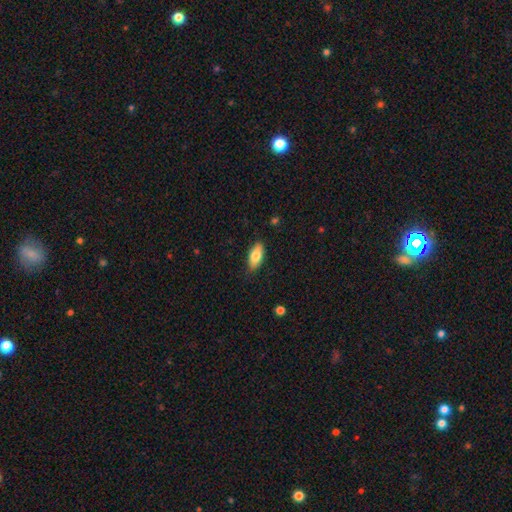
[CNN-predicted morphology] Q: Smooth or featured?
A: smooth (79%); runner-up: featured or disk (14%)
Q: How rounded?
A: in between (86%); runner-up: cigar-shaped (11%)
Q: Merging?
A: none (85%); runner-up: minor disturbance (12%)